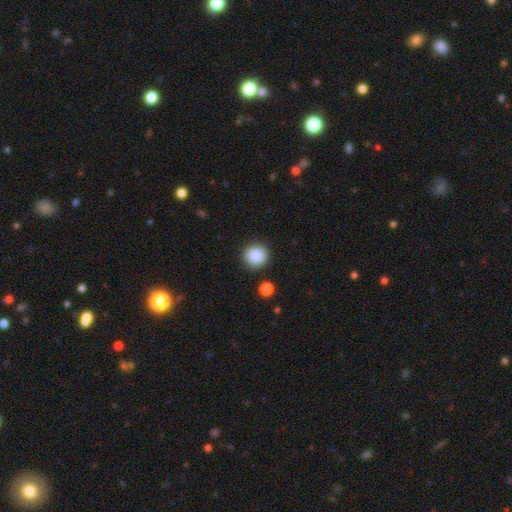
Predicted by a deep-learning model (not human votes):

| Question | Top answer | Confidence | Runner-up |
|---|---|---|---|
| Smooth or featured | smooth | 87% | star or artifact (9%) |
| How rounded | round | 92% | in between (7%) |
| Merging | none | 87% | minor disturbance (8%) |